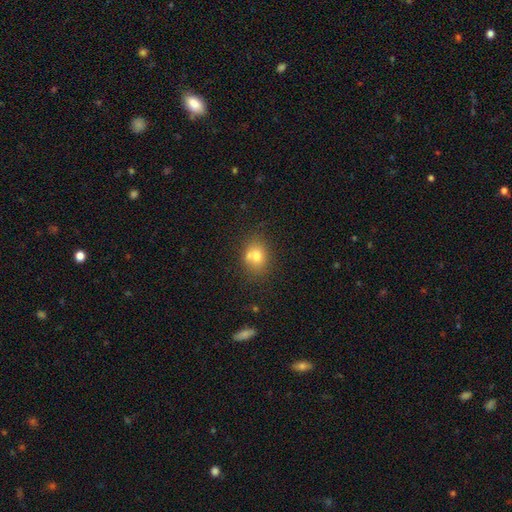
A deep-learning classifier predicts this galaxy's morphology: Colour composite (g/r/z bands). It shows a smooth galaxy with no disk features (73%) that is round (55%). Merging: none (54%).